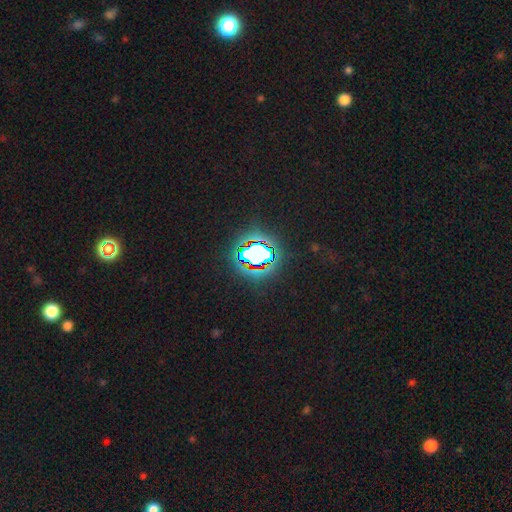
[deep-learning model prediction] Smooth or featured? Predicted: star or artifact (p=0.64).